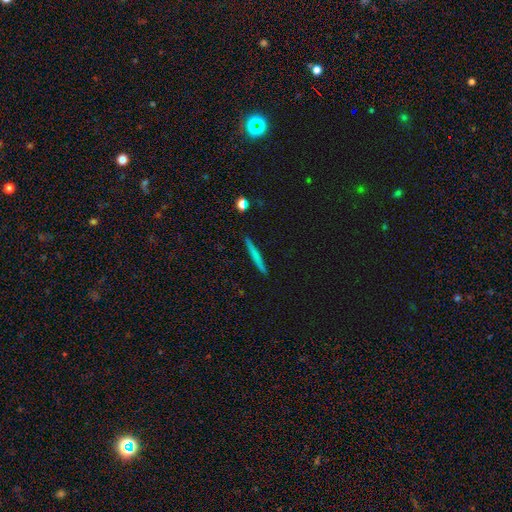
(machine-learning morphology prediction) smooth-or-featured: smooth: 64% | featured or disk: 30% | star or artifact: 7%
  how-rounded: cigar-shaped: 96% | in between: 2% | round: 2%
  merging: none: 91% | minor disturbance: 6% | major disturbance: 1% | merger: 1%